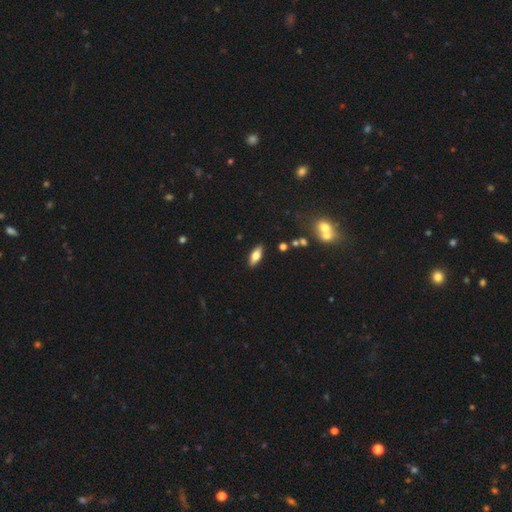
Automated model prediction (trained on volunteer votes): Morphology: type=smooth (60%); roundness=in between (72%); merging=none (89%).